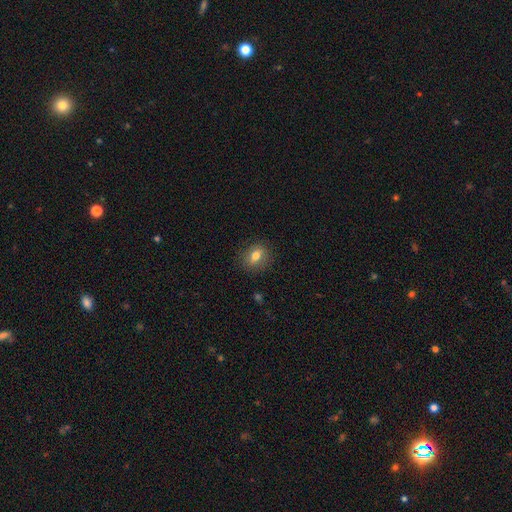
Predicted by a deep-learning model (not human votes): This is likely a smooth galaxy (75%). How rounded: possibly in between (52%). Merging: clearly none (85%).